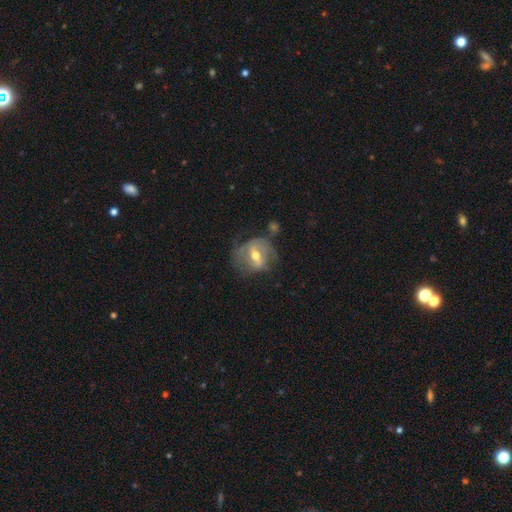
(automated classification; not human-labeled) Smooth or featured? Predicted: featured or disk (p=0.68). Edge-on disk? Predicted: no (p=0.95). Bar? Predicted: weak (p=0.46). Spiral arms? Predicted: yes (p=0.68). Bulge size? Predicted: moderate (p=0.74). Merging? Predicted: none (p=0.50).